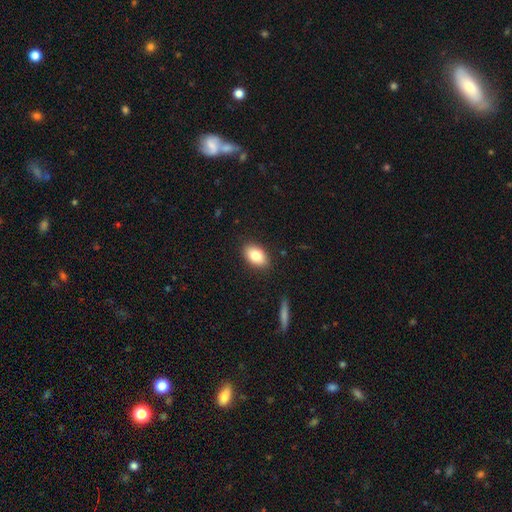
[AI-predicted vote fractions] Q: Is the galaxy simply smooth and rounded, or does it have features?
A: smooth — 82%.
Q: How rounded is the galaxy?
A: in between — 90%.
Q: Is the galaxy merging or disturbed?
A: none — 88%.